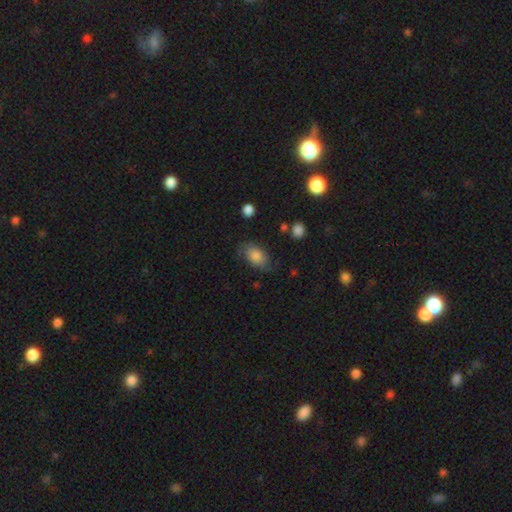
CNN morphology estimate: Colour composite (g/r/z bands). It shows a smooth galaxy with no disk features (76%) that is in between round and cigar-shaped (89%). Merging: none (65%).